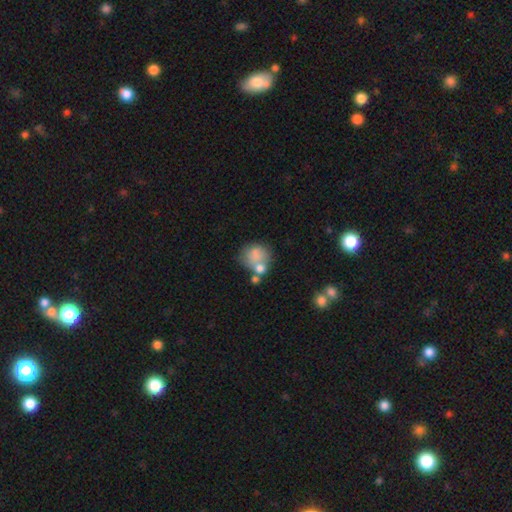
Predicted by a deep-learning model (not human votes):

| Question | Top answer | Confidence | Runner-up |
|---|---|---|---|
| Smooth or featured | smooth | 71% | featured or disk (19%) |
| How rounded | round | 73% | in between (26%) |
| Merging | none | 40% | merger (32%) |